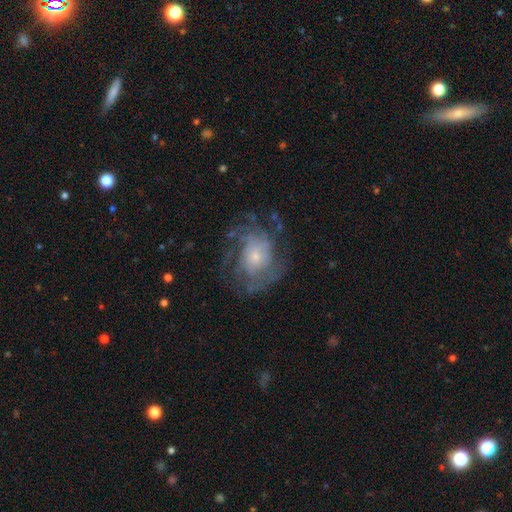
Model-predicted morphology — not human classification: smooth_or_featured: featured or disk (p=0.77) [alt: smooth p=0.15]
disk_edge_on: no (p=0.97) [alt: yes p=0.03]
bar: no (p=0.76) [alt: weak p=0.21]
has_spiral_arms: yes (p=0.87) [alt: no p=0.13]
spiral_winding: tight (p=0.46) [alt: medium p=0.38]
spiral_arm_count: can't tell (p=0.41) [alt: 4 p=0.18]
bulge_size: small (p=0.64) [alt: moderate p=0.27]
merging: none (p=0.62) [alt: minor disturbance p=0.18]